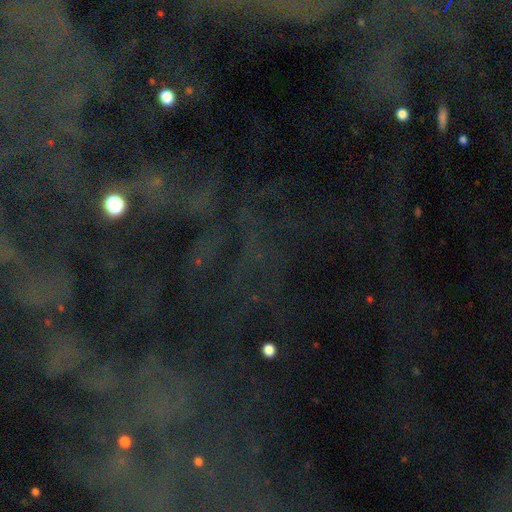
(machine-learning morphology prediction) The model was most divided on "smooth or featured": star or artifact: 76%, featured or disk: 12%, smooth: 12%.